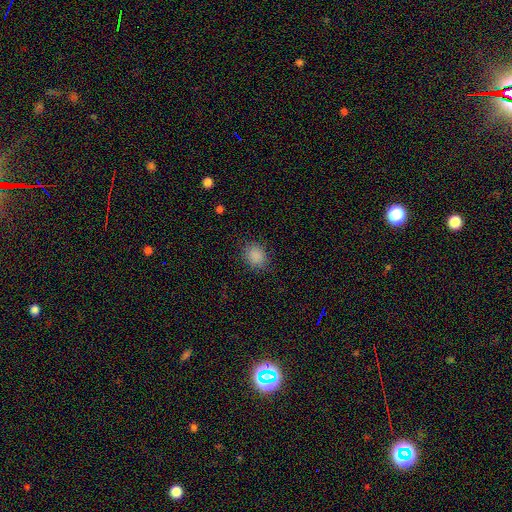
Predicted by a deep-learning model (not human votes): Smooth or featured? smooth (87%)
How rounded? round (58%)
Merging? none (85%)